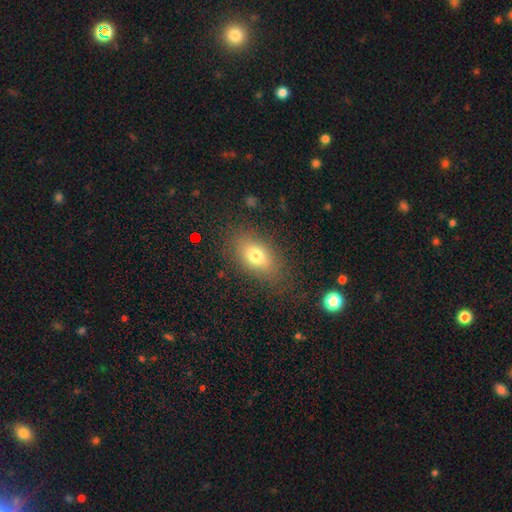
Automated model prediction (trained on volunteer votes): The model was most divided on "smooth or featured": smooth: 74%, featured or disk: 14%, star or artifact: 12%. More confident: how rounded — in between (81%); merging — none (78%).